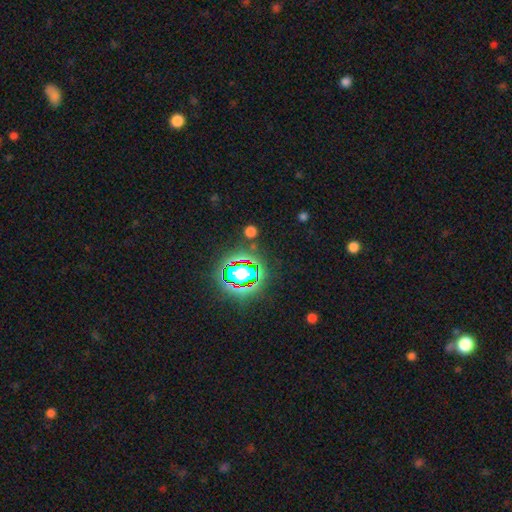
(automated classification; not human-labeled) Smooth or featured? star or artifact (83%)